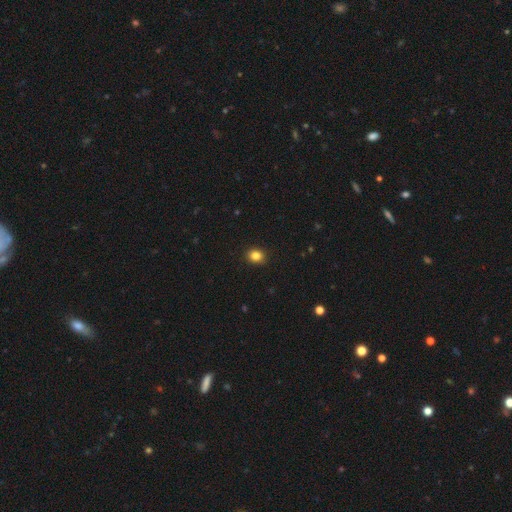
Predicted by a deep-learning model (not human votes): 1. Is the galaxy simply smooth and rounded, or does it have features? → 84% smooth, 12% star or artifact, 5% featured or disk.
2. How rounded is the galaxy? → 65% round, 34% in between, 1% cigar-shaped.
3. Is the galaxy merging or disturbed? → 91% none, 7% minor disturbance, 2% major disturbance, 1% merger.